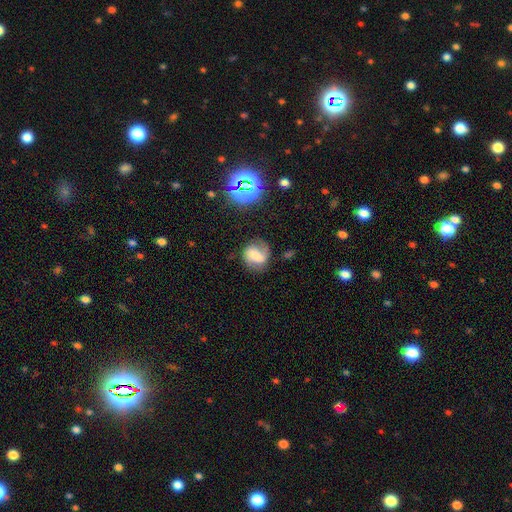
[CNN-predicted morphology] smooth-or-featured: featured or disk: 55% | smooth: 33% | star or artifact: 12%
  disk-edge-on: no: 97% | yes: 3%
    bar: weak: 43% | no: 28% | strong: 28%
    has-spiral-arms: yes: 88% | no: 12%
    bulge-size: moderate: 37% | small: 35% | none: 13% | large: 12% | dominant: 3%
  merging: none: 63% | minor disturbance: 21% | major disturbance: 13% | merger: 2%